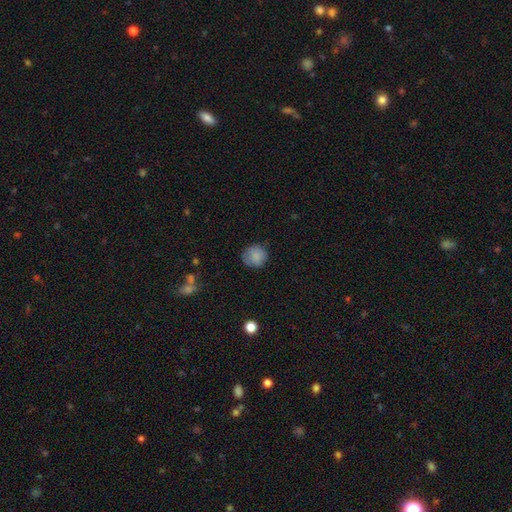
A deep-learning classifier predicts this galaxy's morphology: Smooth or featured: smooth — 84% (star or artifact — 9%)
How rounded: round — 87% (in between — 12%)
Merging: none — 75% (minor disturbance — 18%)